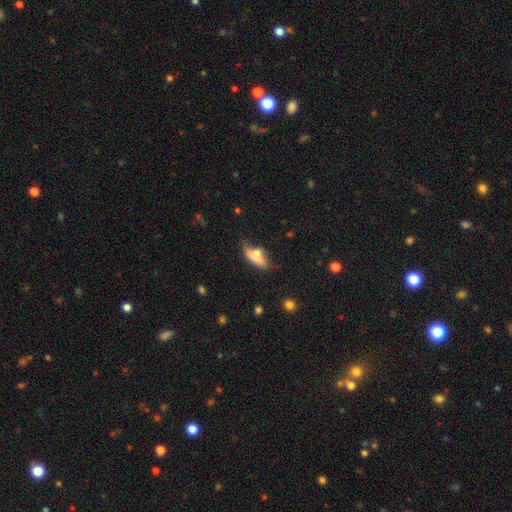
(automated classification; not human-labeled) Smooth or featured: smooth — 62% (featured or disk — 29%)
How rounded: in between — 68% (cigar-shaped — 26%)
Merging: none — 38% (minor disturbance — 25%)